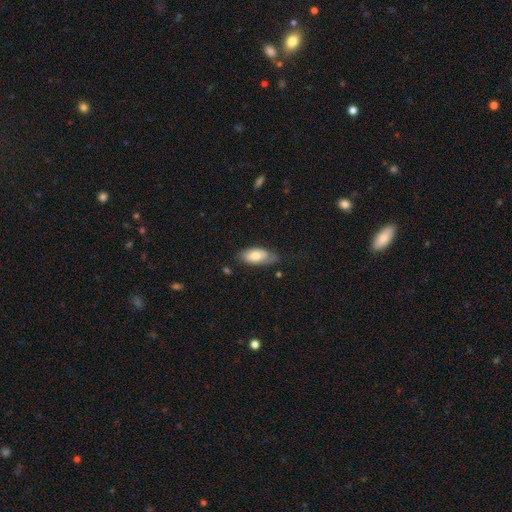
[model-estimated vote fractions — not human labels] The model was most divided on "merging": none: 61%, minor disturbance: 29%, major disturbance: 8%, merger: 2%. More confident: how rounded — in between (90%); smooth or featured — smooth (69%).